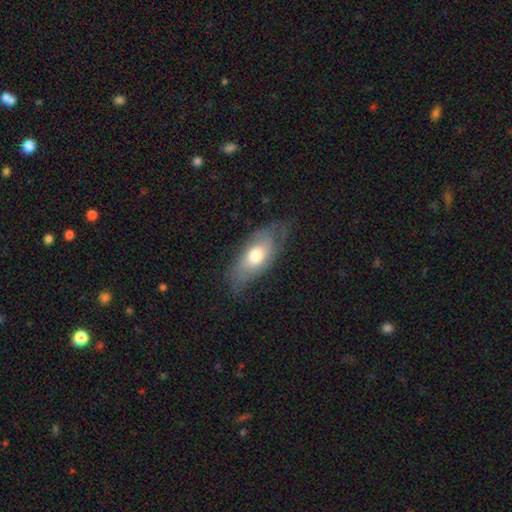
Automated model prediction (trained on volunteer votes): Smooth or featured?
  - smooth: 57% *
  - featured or disk: 36%
  - star or artifact: 6%
How rounded?
  - in between: 85% *
  - cigar-shaped: 11%
  - round: 4%
Merging?
  - none: 68% *
  - minor disturbance: 23%
  - major disturbance: 8%
  - merger: 1%